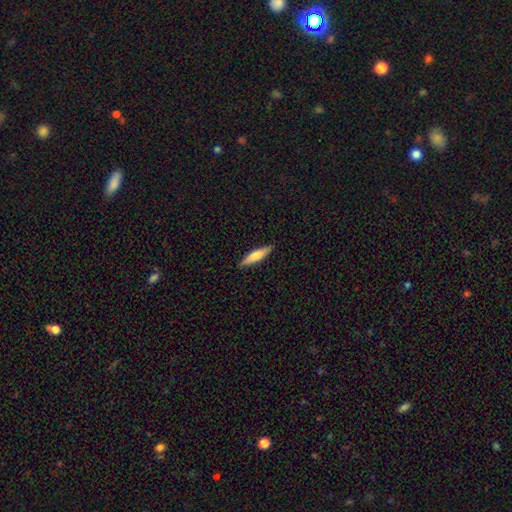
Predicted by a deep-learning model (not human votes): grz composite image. It shows a smooth galaxy with no disk features (68%) that is cigar-shaped (80%). Merging: none (89%).